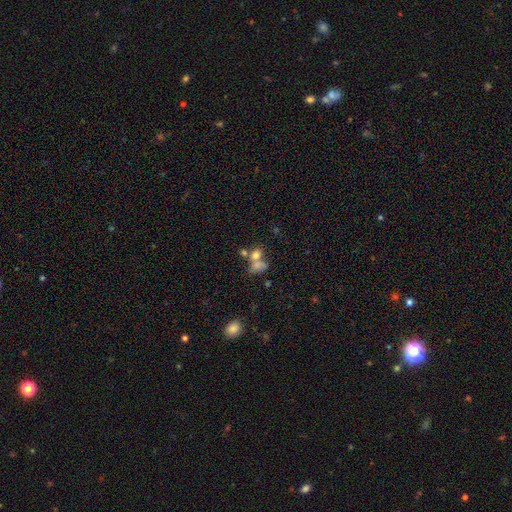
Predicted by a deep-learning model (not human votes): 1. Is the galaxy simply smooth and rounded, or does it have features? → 69% smooth, 17% featured or disk, 14% star or artifact.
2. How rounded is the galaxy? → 53% round, 45% in between, 2% cigar-shaped.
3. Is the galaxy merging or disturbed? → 54% merger, 30% none, 9% minor disturbance, 7% major disturbance.